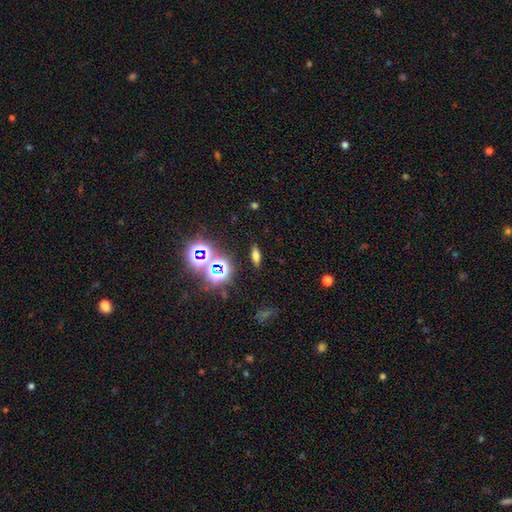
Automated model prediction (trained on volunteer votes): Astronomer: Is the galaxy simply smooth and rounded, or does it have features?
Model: smooth — 60%.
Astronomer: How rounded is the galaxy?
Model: in between — 60%.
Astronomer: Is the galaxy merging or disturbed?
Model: none — 87%.